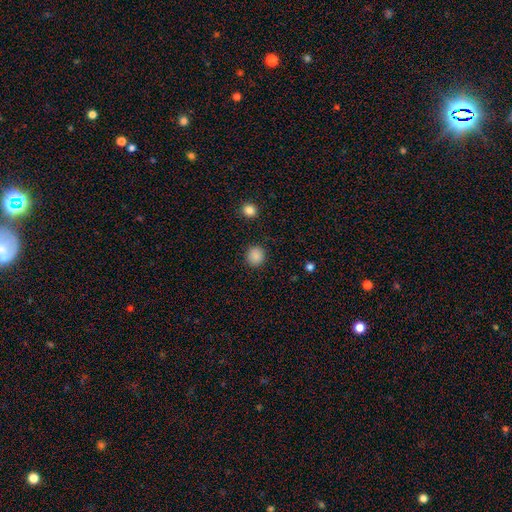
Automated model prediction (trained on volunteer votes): Smooth or featured?
  - smooth: 87% *
  - star or artifact: 10%
  - featured or disk: 3%
How rounded?
  - round: 89% *
  - in between: 10%
  - cigar-shaped: 1%
Merging?
  - none: 89% *
  - minor disturbance: 7%
  - major disturbance: 3%
  - merger: 1%